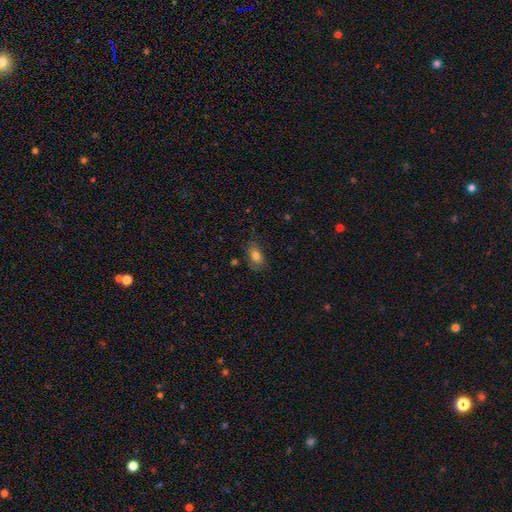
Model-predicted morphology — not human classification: Smooth or featured? Predicted: smooth (p=0.78). How rounded? Predicted: in between (p=0.83). Merging? Predicted: none (p=0.69).